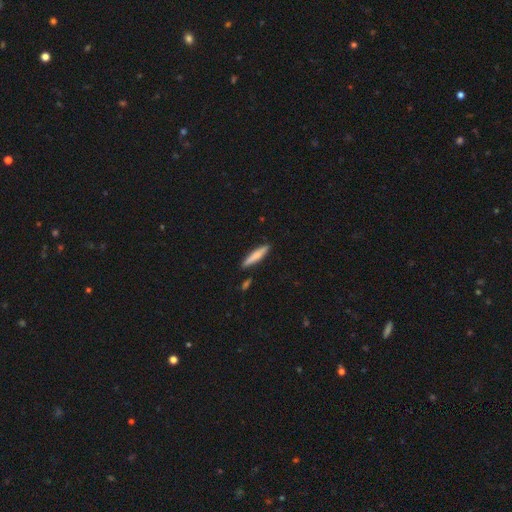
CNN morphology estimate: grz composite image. It shows a smooth galaxy with no disk features (73%) that is cigar-shaped (88%). Merging: none (85%).